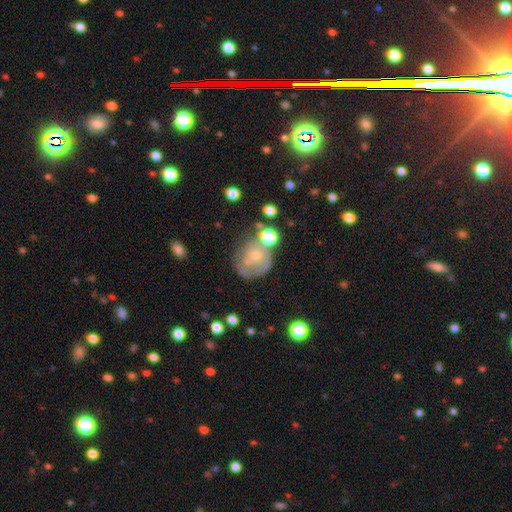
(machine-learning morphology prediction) Smooth or featured?
  - featured or disk: 45% *
  - smooth: 44%
  - star or artifact: 11%
Merging?
  - none: 41% *
  - minor disturbance: 24%
  - major disturbance: 20%
  - merger: 15%